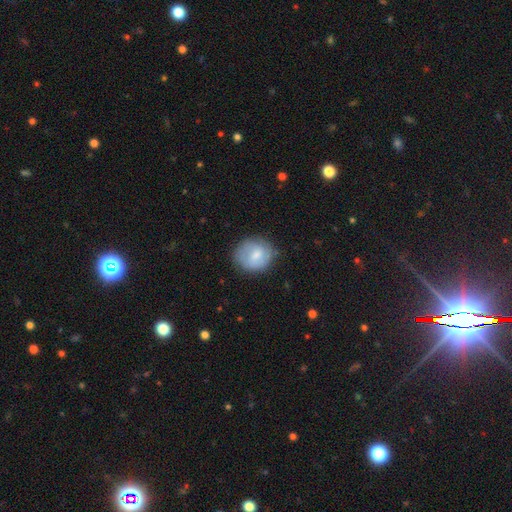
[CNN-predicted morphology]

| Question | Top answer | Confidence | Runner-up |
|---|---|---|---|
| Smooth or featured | smooth | 68% | featured or disk (25%) |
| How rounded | round | 76% | in between (23%) |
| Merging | none | 72% | minor disturbance (20%) |